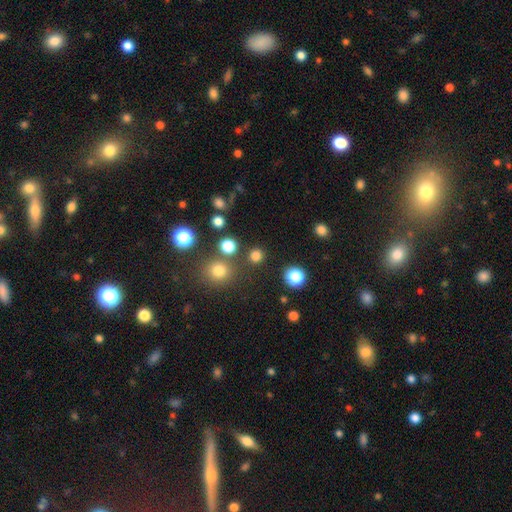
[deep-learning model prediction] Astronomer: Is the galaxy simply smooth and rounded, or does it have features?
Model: smooth — 78%.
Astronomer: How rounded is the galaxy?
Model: round — 92%.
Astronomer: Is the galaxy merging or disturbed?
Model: none — 85%.